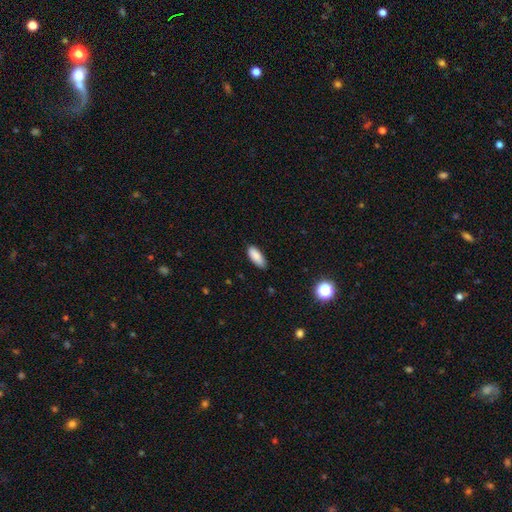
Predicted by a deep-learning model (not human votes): smooth_or_featured: smooth (p=0.88) [alt: star or artifact p=0.07]
how_rounded: in between (p=0.80) [alt: cigar-shaped p=0.18]
merging: none (p=0.83) [alt: minor disturbance p=0.14]